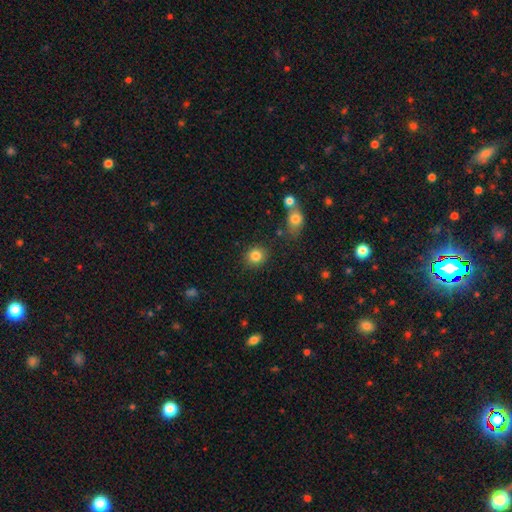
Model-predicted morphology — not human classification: This appears to be a smooth galaxy with no disk features (84%) that is round (85%). Merging: none (86%).